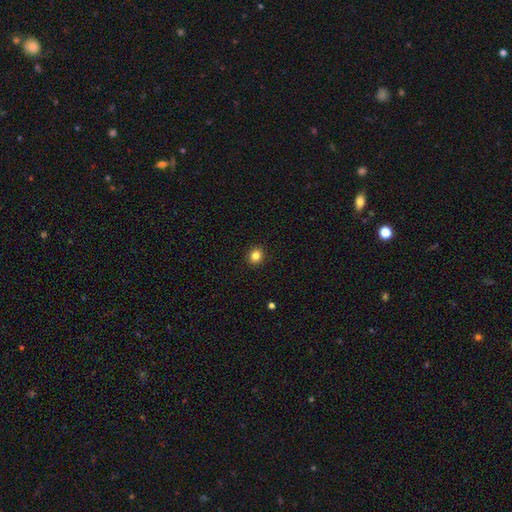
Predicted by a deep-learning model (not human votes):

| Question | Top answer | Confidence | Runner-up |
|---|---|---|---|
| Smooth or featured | smooth | 84% | star or artifact (12%) |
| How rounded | round | 82% | in between (17%) |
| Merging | none | 93% | minor disturbance (5%) |